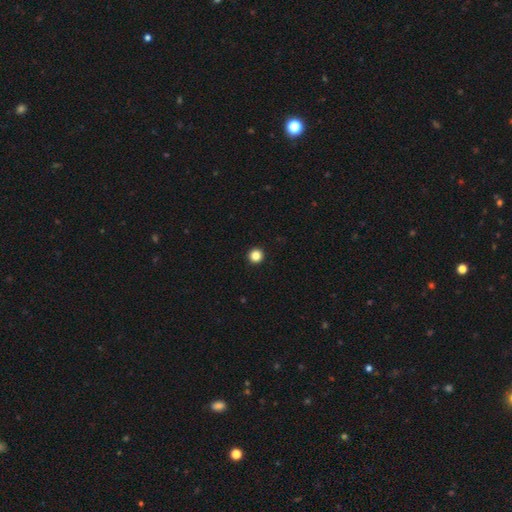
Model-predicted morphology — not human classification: A smooth galaxy with no disk features (85%) that is round (97%). Merging: none (94%).